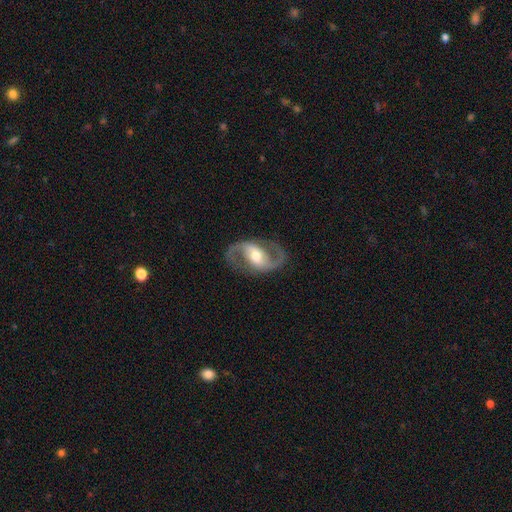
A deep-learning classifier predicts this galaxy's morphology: featured or disk 91%, smooth 5%, star or artifact 4%. Down the decision tree: edge-on disk — no (97%); bar — weak (43%); spiral arms — yes (96%); spiral arm count — 2 (94%); spiral winding — medium (51%); bulge size — moderate (68%); merging — none (85%).